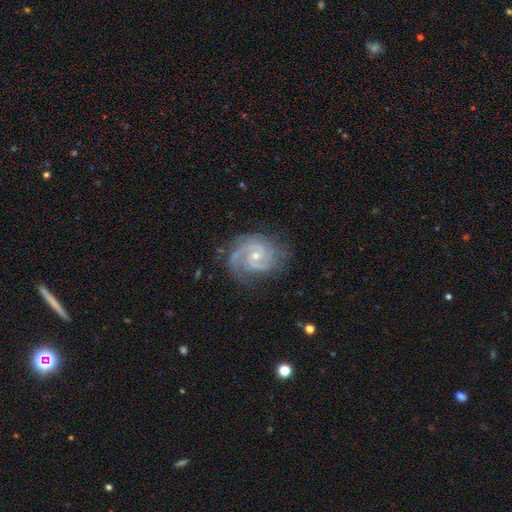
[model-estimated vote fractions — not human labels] A featured or disk galaxy (90%) with no bar (59%), 2 (61%) tight (48%) spiral arms (98%) and a small central bulge (64%).

Vote fractions:
- Smooth or featured? featured or disk: 90% / star or artifact: 5% / smooth: 5%
- Edge-on disk? no: 98% / yes: 2%
- Bar? no: 59% / weak: 35% / strong: 6%
- Spiral arms? yes: 98% / no: 2%
- Spiral winding? tight: 48% / medium: 43% / loose: 8%
- Spiral arm count? 2: 61% / 3: 20% / can't tell: 8% / 1: 4% / 4: 4% / more than 4: 3%
- Bulge size? small: 64% / moderate: 33% / none: 1% / large: 1% / dominant: 1%
- Merging? none: 73% / minor disturbance: 18% / major disturbance: 7% / merger: 1%